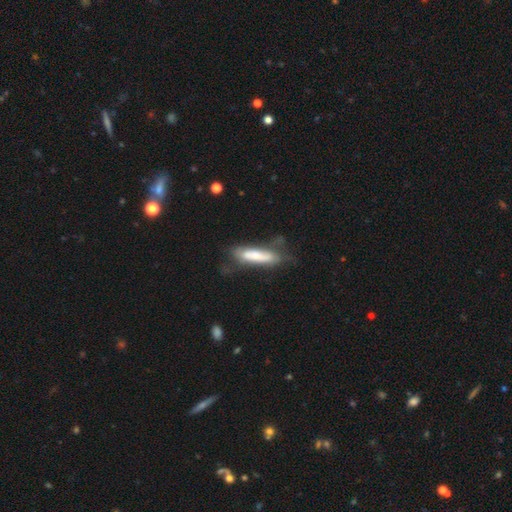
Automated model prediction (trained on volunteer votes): smooth_or_featured: smooth (p=0.61) [alt: featured or disk p=0.33]
how_rounded: cigar-shaped (p=0.71) [alt: in between p=0.27]
merging: none (p=0.46) [alt: minor disturbance p=0.28]